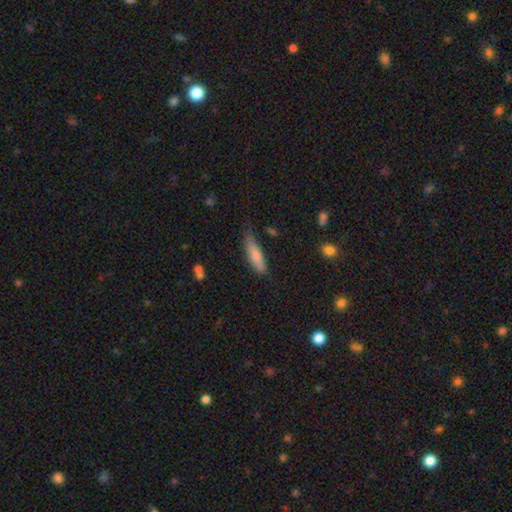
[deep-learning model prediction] This appears to be a smooth galaxy with no disk features (80%) that is cigar-shaped (62%). Merging: none (60%).